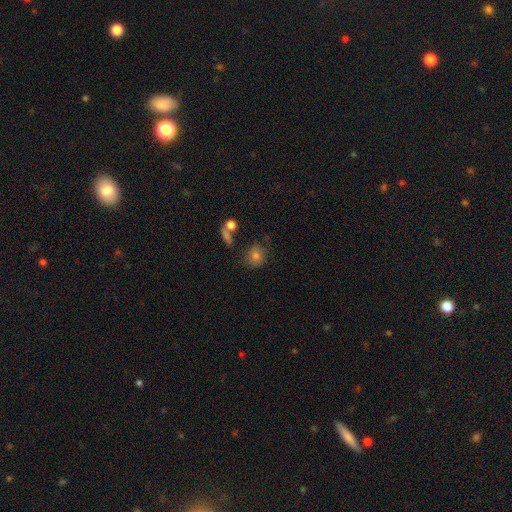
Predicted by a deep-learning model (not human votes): smooth-or-featured: smooth: 78% | featured or disk: 11% | star or artifact: 11%
  how-rounded: round: 73% | in between: 25% | cigar-shaped: 1%
  merging: none: 66% | minor disturbance: 18% | merger: 9% | major disturbance: 7%